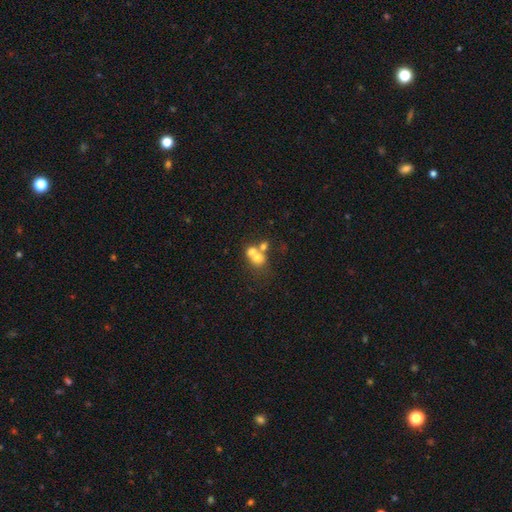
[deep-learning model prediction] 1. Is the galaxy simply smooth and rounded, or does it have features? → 62% smooth, 25% featured or disk, 13% star or artifact.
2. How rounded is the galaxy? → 73% round, 26% in between, 1% cigar-shaped.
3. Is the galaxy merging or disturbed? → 63% merger, 27% none, 6% minor disturbance, 4% major disturbance.